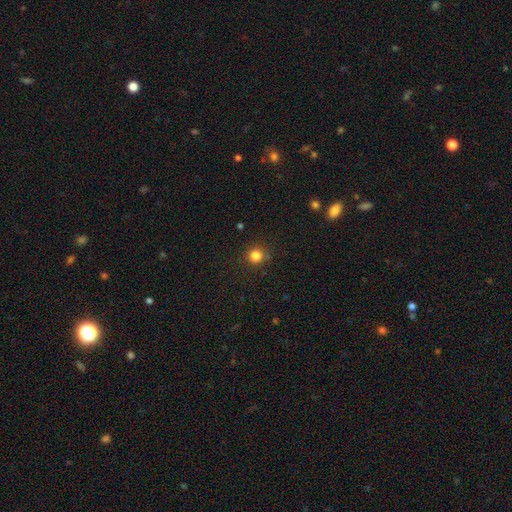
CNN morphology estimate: A smooth galaxy with no disk features (82%) that is round (93%).

Vote fractions:
- Smooth or featured? smooth: 82% / star or artifact: 13% / featured or disk: 4%
- How rounded? round: 93% / in between: 6% / cigar-shaped: 1%
- Merging? none: 87% / minor disturbance: 9% / major disturbance: 3% / merger: 1%